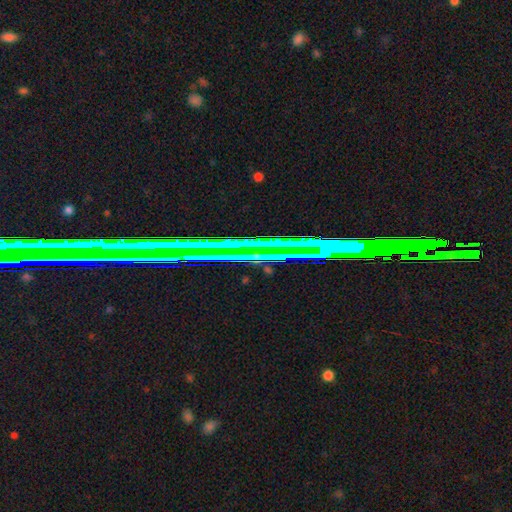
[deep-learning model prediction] smooth_or_featured: star or artifact (p=0.76) [alt: featured or disk p=0.16]